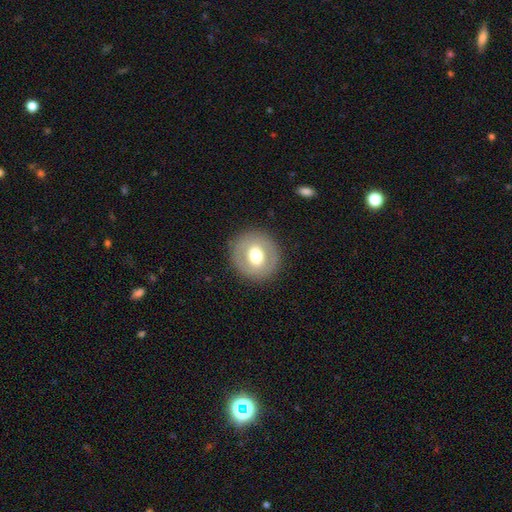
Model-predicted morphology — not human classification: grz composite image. It shows a smooth galaxy with no disk features (54%) that is round (90%). Merging: none (88%).